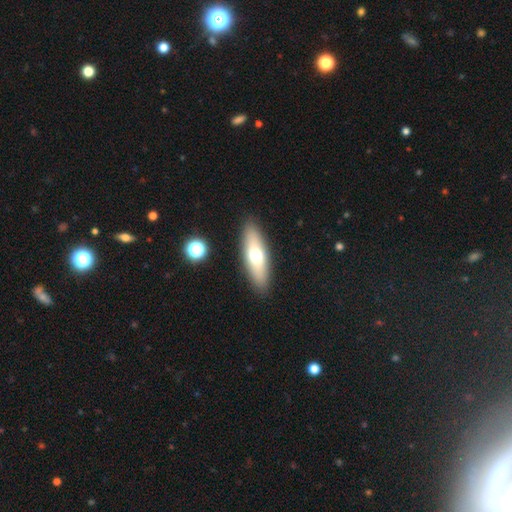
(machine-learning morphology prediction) smooth-or-featured: smooth: 60% | featured or disk: 33% | star or artifact: 7%
  how-rounded: in between: 54% | cigar-shaped: 42% | round: 3%
  merging: none: 89% | minor disturbance: 7% | major disturbance: 2% | merger: 2%